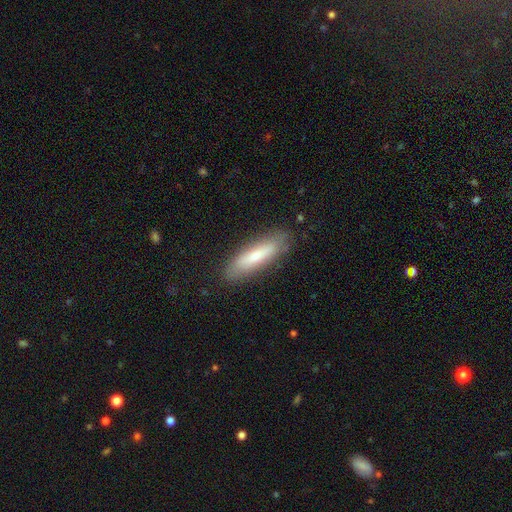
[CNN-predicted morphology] The model was most divided on "smooth or featured": smooth: 65%, featured or disk: 29%, star or artifact: 6%. More confident: merging — none (85%); how rounded — cigar-shaped (69%).